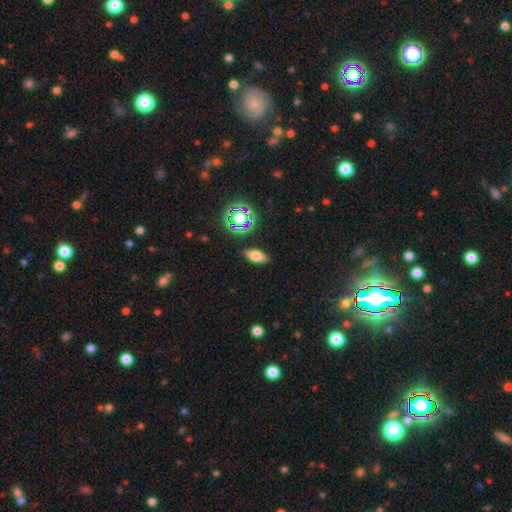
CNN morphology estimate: This appears to be a smooth galaxy with no disk features (69%) that is in between round and cigar-shaped (78%). Merging: none (87%).